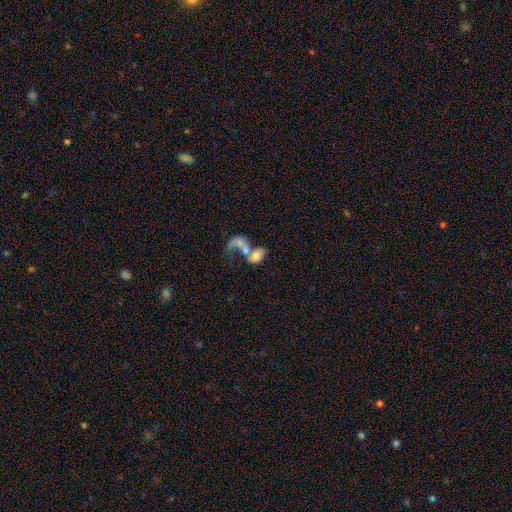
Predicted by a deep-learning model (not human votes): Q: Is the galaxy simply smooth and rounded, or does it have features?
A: smooth — 54%.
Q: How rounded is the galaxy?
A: in between — 87%.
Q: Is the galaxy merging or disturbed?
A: merger — 68%.